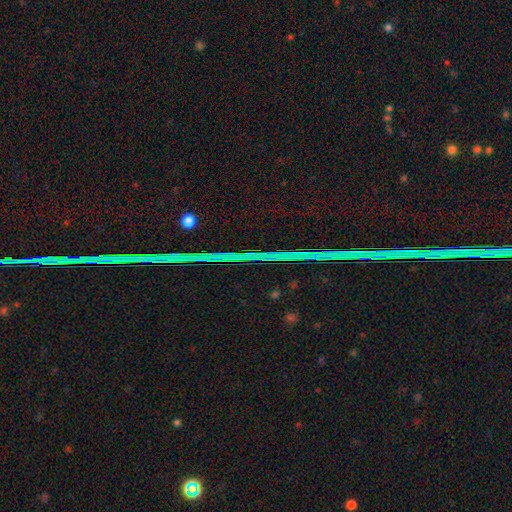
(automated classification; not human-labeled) Smooth or featured? star or artifact (89%)